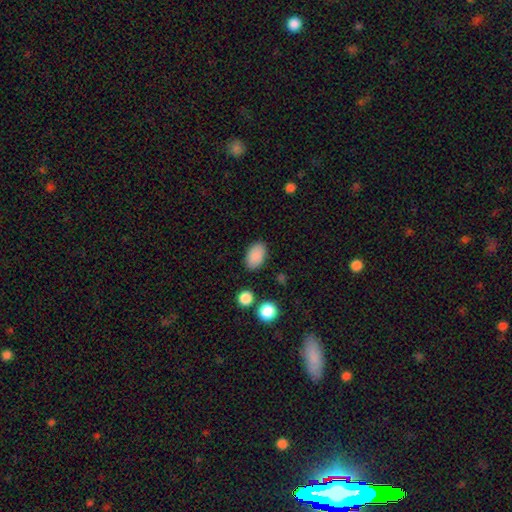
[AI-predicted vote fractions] smooth 88%, star or artifact 8%, featured or disk 4%. Down the decision tree: how rounded — in between (92%); merging — none (85%).